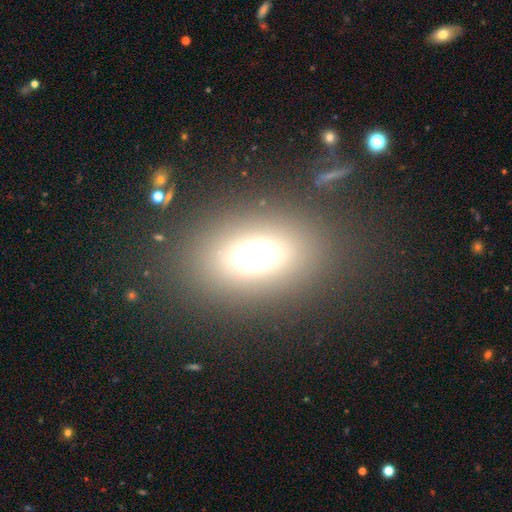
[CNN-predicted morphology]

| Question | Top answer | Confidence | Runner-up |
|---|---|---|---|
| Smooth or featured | smooth | 69% | star or artifact (17%) |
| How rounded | in between | 77% | round (18%) |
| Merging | none | 83% | minor disturbance (9%) |